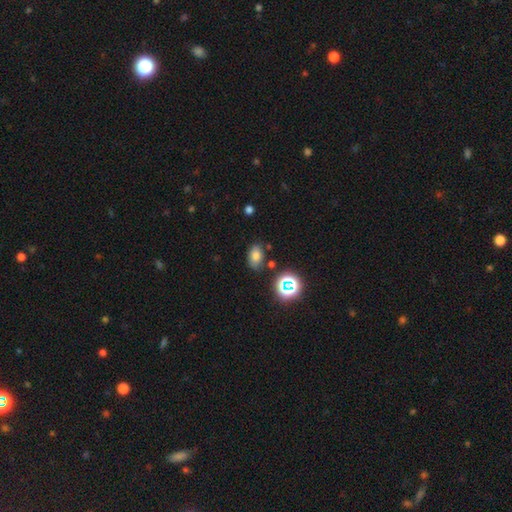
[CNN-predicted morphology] Smooth or featured? smooth (73%)
How rounded? in between (84%)
Merging? none (79%)